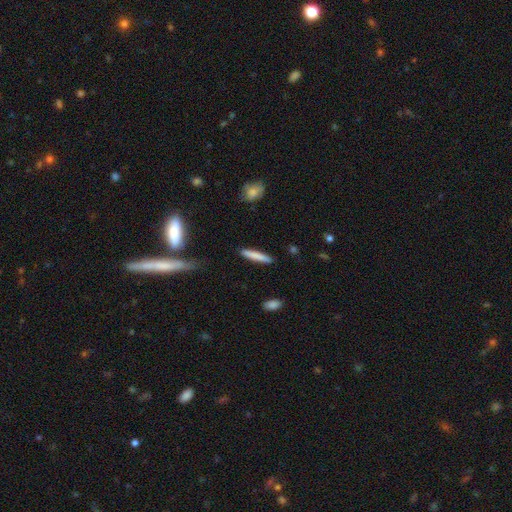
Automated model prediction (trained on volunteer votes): A smooth galaxy with no disk features (80%) that is cigar-shaped (93%). Merging: none (91%).